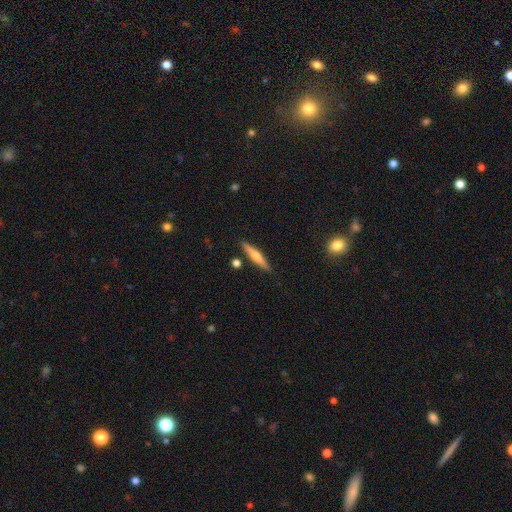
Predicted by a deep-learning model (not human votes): A featured or disk galaxy (51%) viewed edge-on (95%). Merging: none (87%).